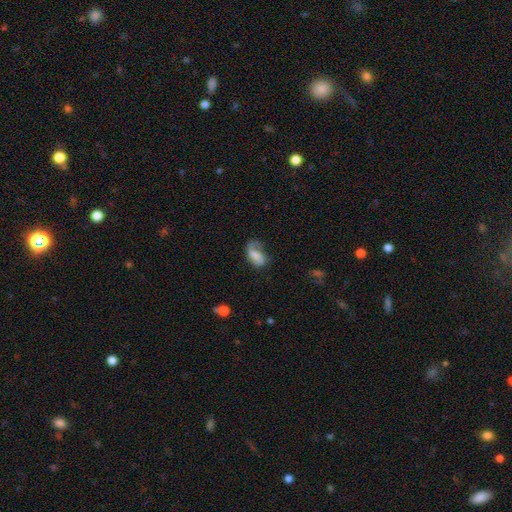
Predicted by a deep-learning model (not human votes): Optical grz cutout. It shows a smooth galaxy with no disk features (63%) that is in between round and cigar-shaped (89%). Merging: none (37%).